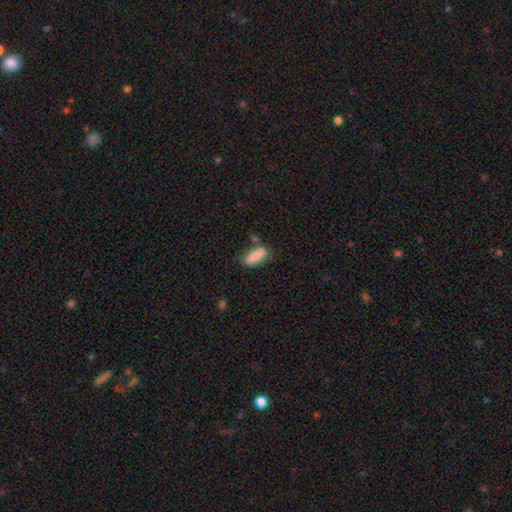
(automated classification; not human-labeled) Overall: smooth (81%). How rounded: in between (56%; cigar-shaped 41%). Merging: none (61%; minor disturbance 23%).